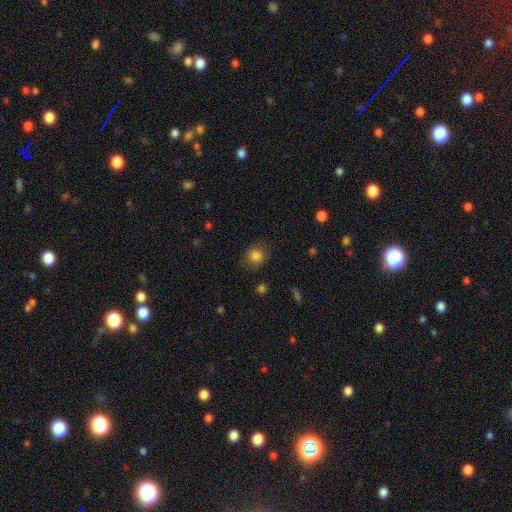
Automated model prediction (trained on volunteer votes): Smooth or featured?
  - smooth: 82% *
  - star or artifact: 11%
  - featured or disk: 7%
How rounded?
  - round: 72% *
  - in between: 27%
  - cigar-shaped: 1%
Merging?
  - none: 77% *
  - minor disturbance: 16%
  - major disturbance: 6%
  - merger: 1%